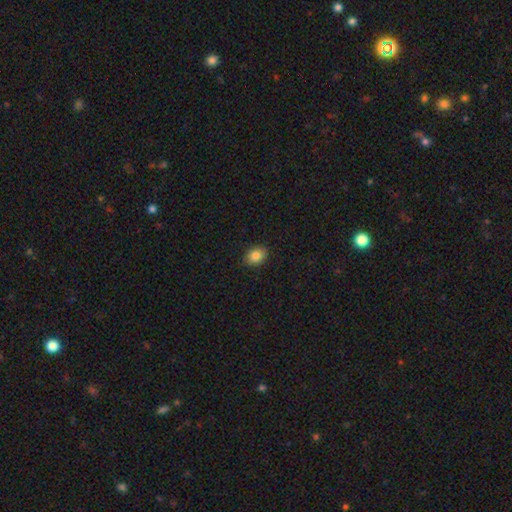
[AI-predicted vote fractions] smooth 85%, star or artifact 9%, featured or disk 6%. Down the decision tree: how rounded — in between (64%); merging — none (88%).